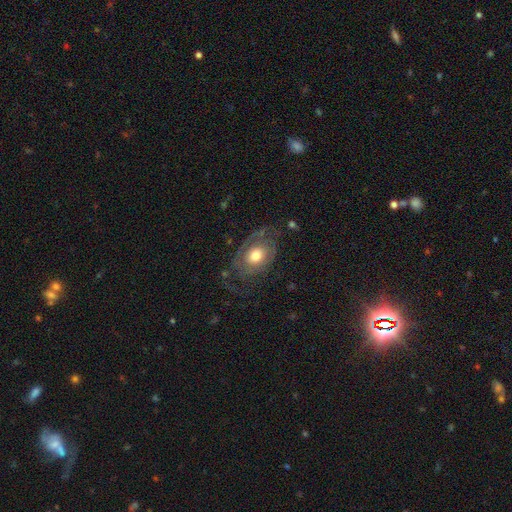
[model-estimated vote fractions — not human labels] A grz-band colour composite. It shows a featured or disk galaxy (67%) with no bar (82%), spiral arms (74%) and a moderate central bulge (67%). Merging: none (57%).